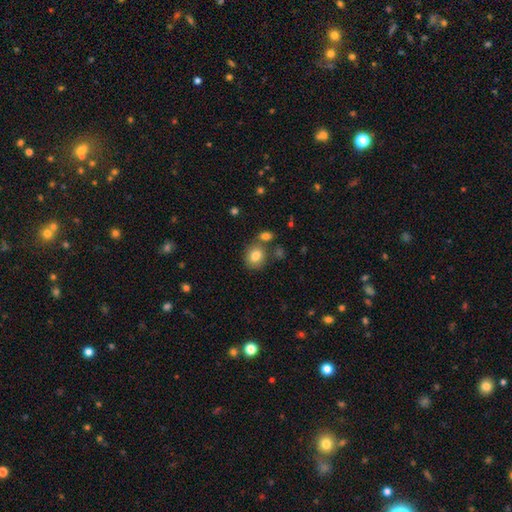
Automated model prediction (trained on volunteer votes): This appears to be a smooth galaxy with no disk features (81%) that is round (70%). Merging: none (72%).